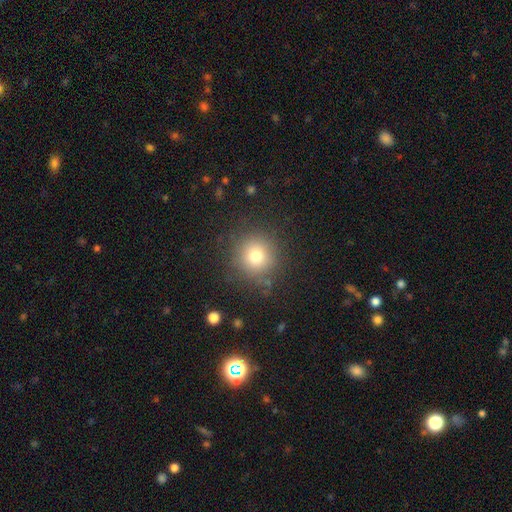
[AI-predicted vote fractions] smooth_or_featured: smooth (p=0.75) [alt: star or artifact p=0.15]
how_rounded: round (p=0.94) [alt: in between p=0.05]
merging: none (p=0.85) [alt: minor disturbance p=0.09]